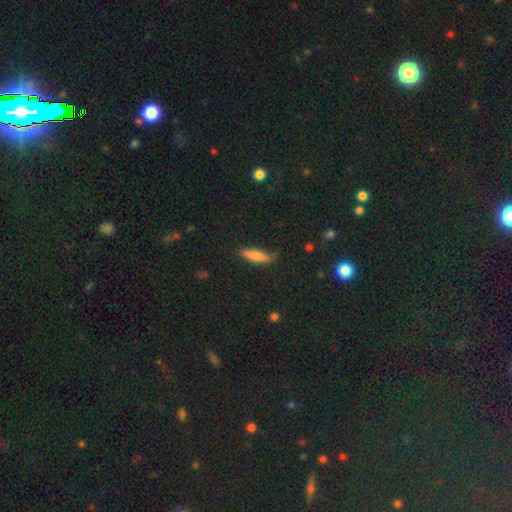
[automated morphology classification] Q: Smooth or featured?
A: smooth (73%); runner-up: featured or disk (17%)
Q: How rounded?
A: cigar-shaped (69%); runner-up: in between (28%)
Q: Merging?
A: none (73%); runner-up: minor disturbance (20%)